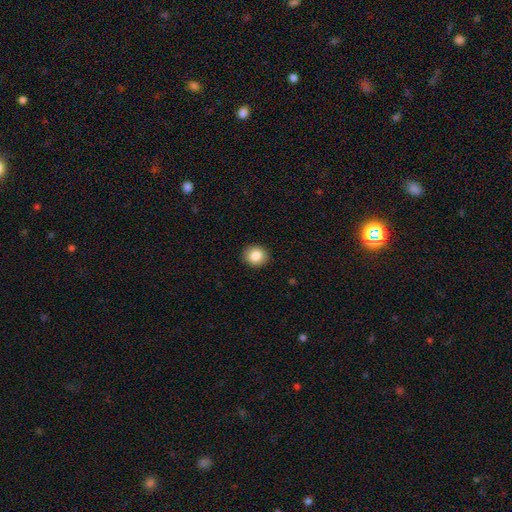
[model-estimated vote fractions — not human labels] This appears to be a smooth galaxy with no disk features (86%) that is round (77%). Merging: none (91%).